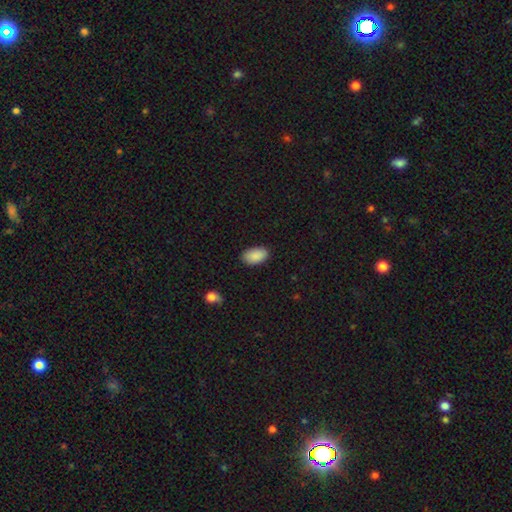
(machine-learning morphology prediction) type=smooth (89%); roundness=in between (94%); merging=none (87%).